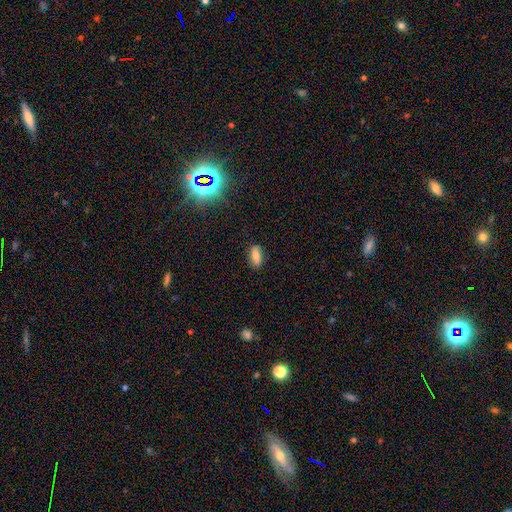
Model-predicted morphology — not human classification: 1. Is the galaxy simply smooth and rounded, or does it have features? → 72% smooth, 17% featured or disk, 10% star or artifact.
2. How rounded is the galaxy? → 82% in between, 13% cigar-shaped, 4% round.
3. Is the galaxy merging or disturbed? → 84% none, 12% minor disturbance, 2% major disturbance, 1% merger.